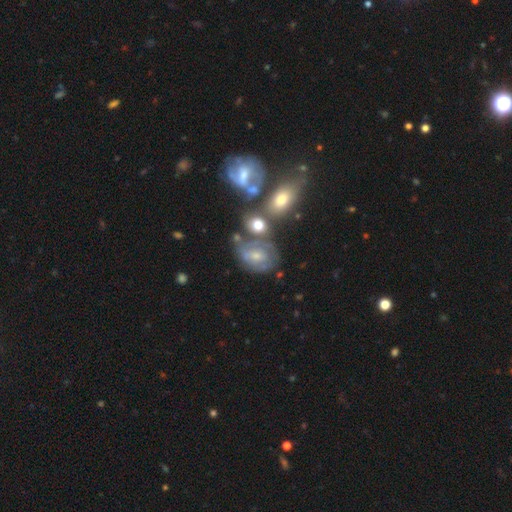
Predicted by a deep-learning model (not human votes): A featured or disk galaxy (57%) with no bar (57%), spiral arms (60%) and a small central bulge (44%). Merging: none (43%).